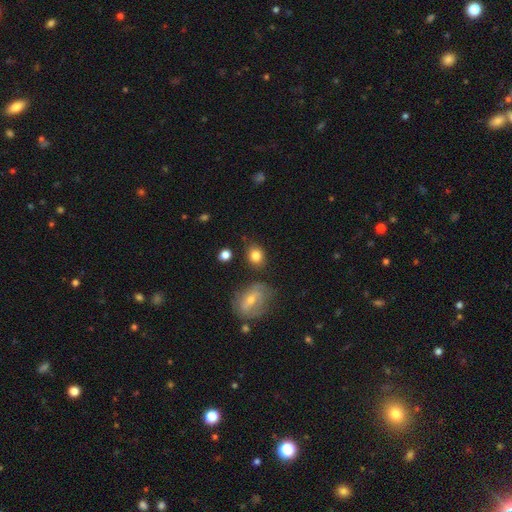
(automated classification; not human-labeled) Overall: smooth (81%). How rounded: round (52%; in between 46%). Merging: none (76%).